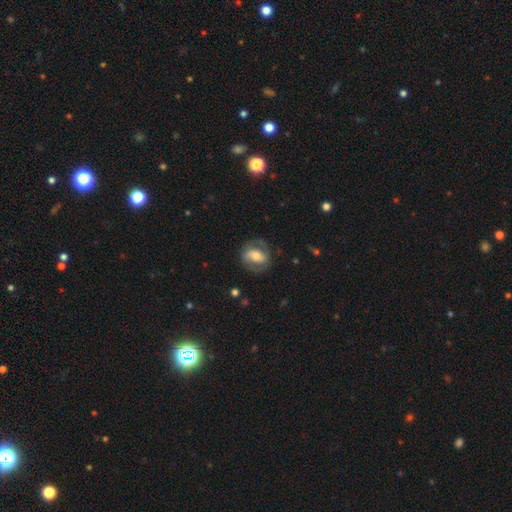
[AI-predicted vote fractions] Smooth or featured? featured or disk (57%)
Edge-on disk? no (95%)
Bar? strong (35%)
Spiral arms? yes (64%)
Bulge size? moderate (62%)
Merging? none (72%)